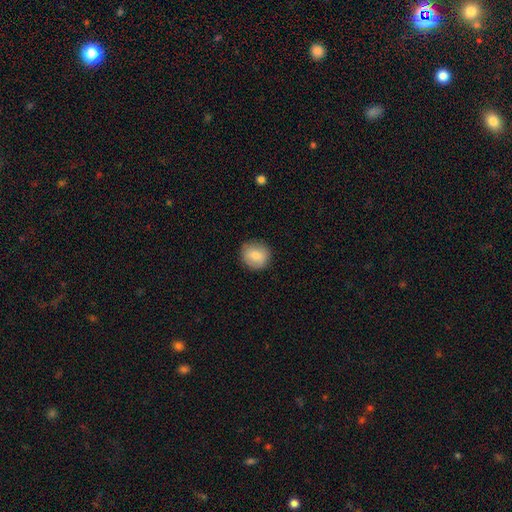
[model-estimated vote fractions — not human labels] smooth-or-featured: smooth: 81% | featured or disk: 11% | star or artifact: 8%
  how-rounded: round: 87% | in between: 12% | cigar-shaped: 1%
  merging: none: 86% | minor disturbance: 10% | major disturbance: 2% | merger: 1%